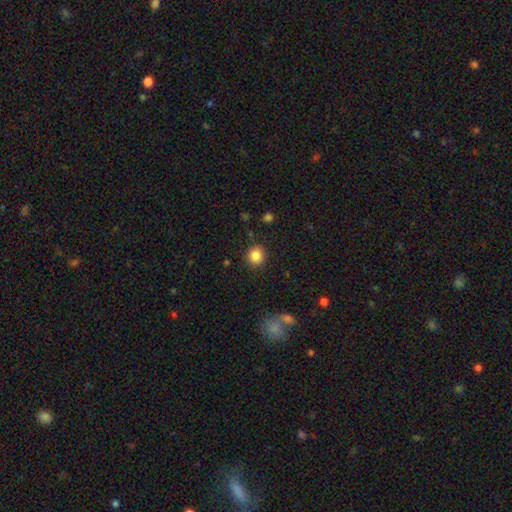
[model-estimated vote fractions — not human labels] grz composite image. It shows a smooth galaxy with no disk features (85%) that is round (89%). Merging: none (90%).